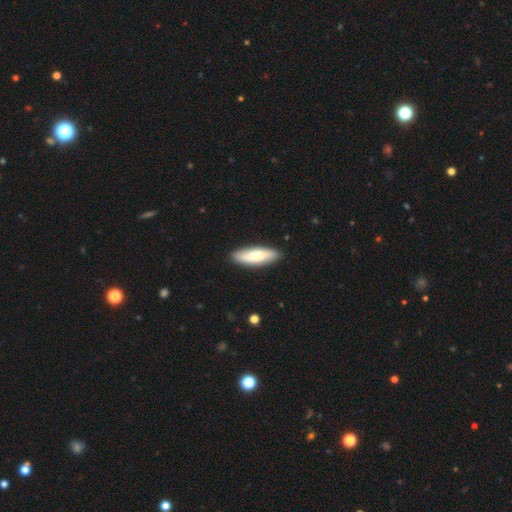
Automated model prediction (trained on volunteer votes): Smooth or featured? smooth (76%)
How rounded? cigar-shaped (51%)
Merging? none (88%)